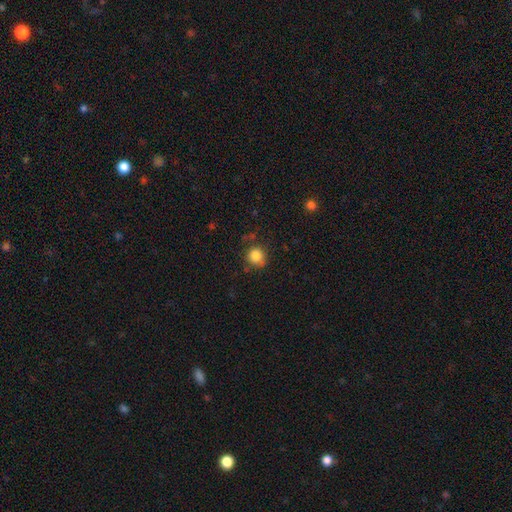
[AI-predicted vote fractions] A smooth galaxy with no disk features (85%) that is round (88%).

Vote fractions:
- Smooth or featured? smooth: 85% / star or artifact: 10% / featured or disk: 5%
- How rounded? round: 88% / in between: 11% / cigar-shaped: 1%
- Merging? none: 74% / minor disturbance: 18% / major disturbance: 5% / merger: 4%